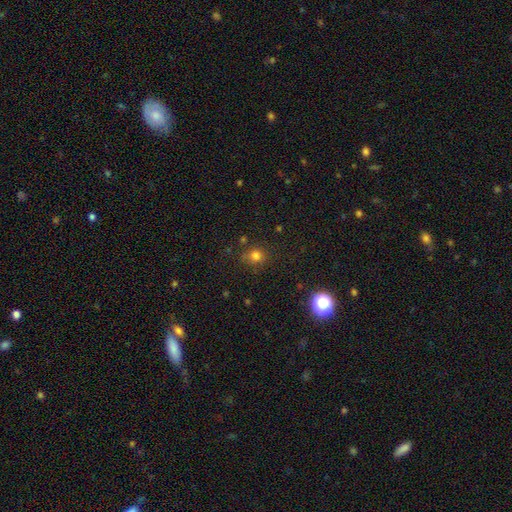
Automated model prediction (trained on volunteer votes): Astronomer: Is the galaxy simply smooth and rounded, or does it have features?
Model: smooth — 77%.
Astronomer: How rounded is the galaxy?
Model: round — 84%.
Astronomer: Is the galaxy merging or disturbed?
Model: none — 77%.